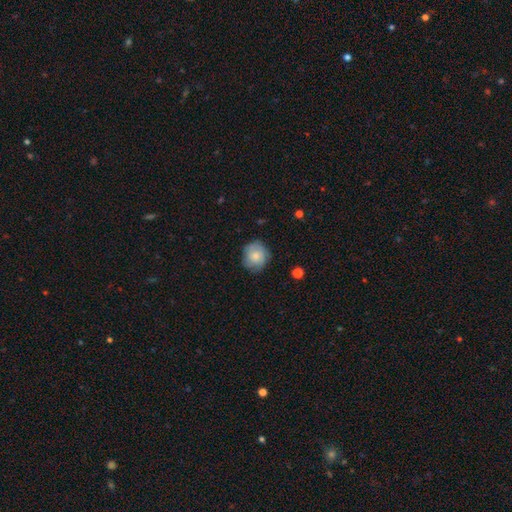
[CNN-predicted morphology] type=smooth (57%); roundness=round (83%); merging=none (75%).